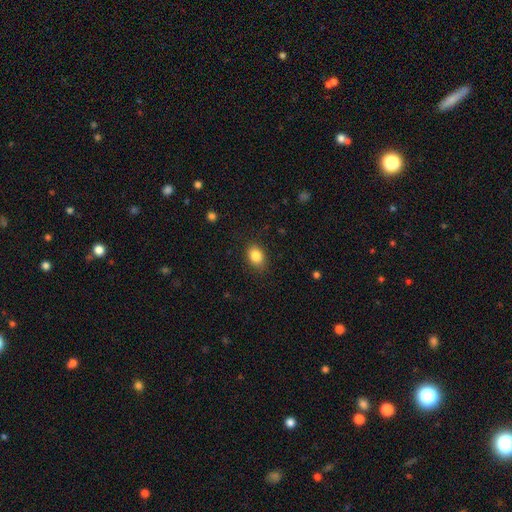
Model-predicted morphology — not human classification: A smooth galaxy with no disk features (85%) that is in between round and cigar-shaped (70%). Merging: none (85%).